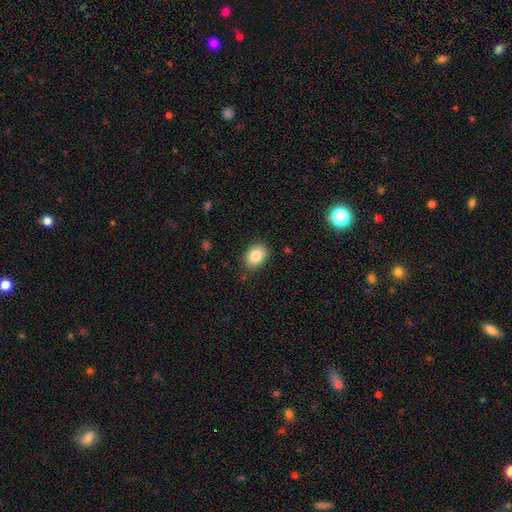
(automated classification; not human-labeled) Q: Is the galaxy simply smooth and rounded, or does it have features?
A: smooth — 86%.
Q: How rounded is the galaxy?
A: in between — 71%.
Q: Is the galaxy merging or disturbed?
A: none — 85%.